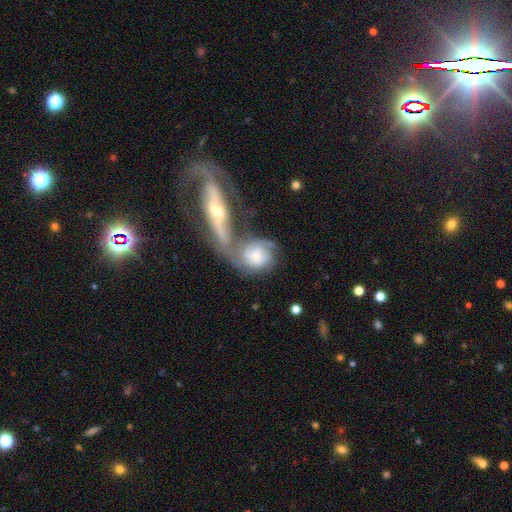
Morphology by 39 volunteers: type=featured or disk (64%); edge-on=no (96%); bar=no (62%); spiral arms=yes (92%); winding=tight (50%); arm count=can't tell (45%); bulge=moderate (42%); merging=merger (75%).